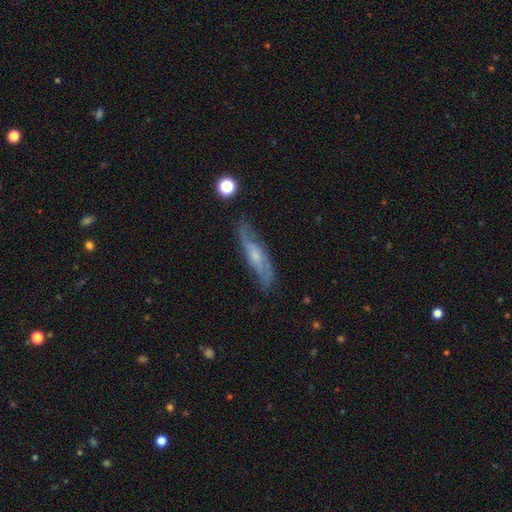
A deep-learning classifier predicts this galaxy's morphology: featured or disk 70%, smooth 23%, star or artifact 7%. Down the decision tree: edge-on disk — no (67%); merging — none (74%).